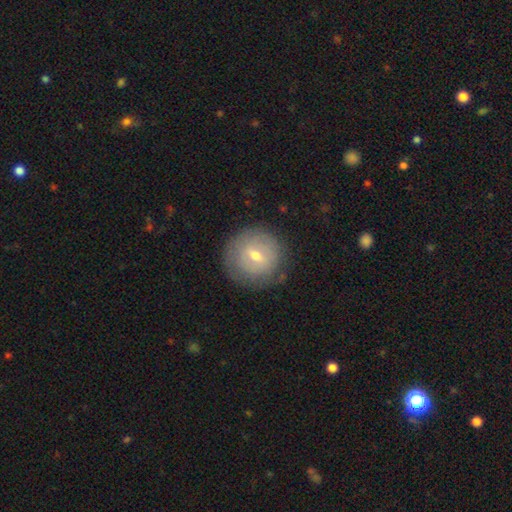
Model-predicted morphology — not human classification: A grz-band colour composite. It shows a smooth galaxy with no disk features (46%). Merging: none (80%).